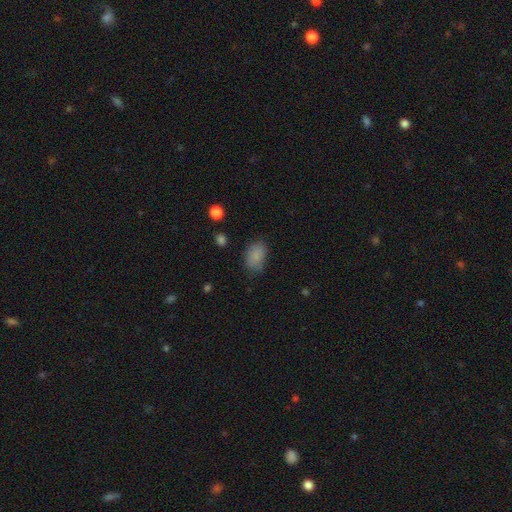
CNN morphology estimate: smooth 85%, star or artifact 10%, featured or disk 5%. Down the decision tree: how rounded — in between (85%); merging — none (71%).